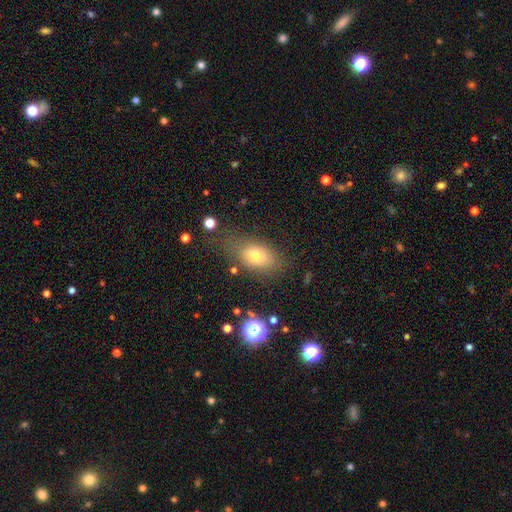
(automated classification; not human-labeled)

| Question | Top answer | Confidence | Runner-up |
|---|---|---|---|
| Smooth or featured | smooth | 73% | featured or disk (15%) |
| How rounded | in between | 82% | round (14%) |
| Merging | none | 68% | minor disturbance (19%) |